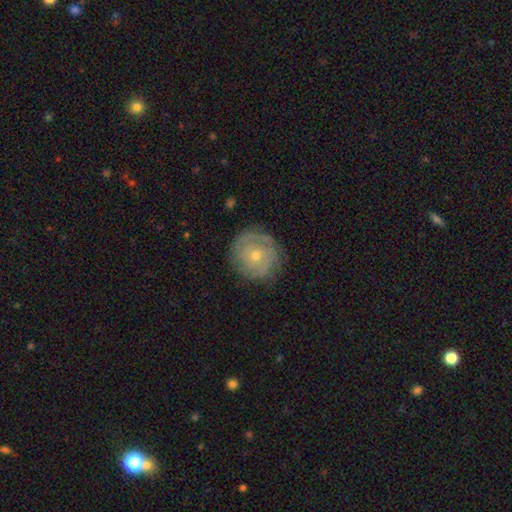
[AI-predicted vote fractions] Overall: featured or disk (62%; smooth 30%). Edge-on disk: no (97%). Bar: no (83%). Spiral arms: yes (75%). Bulge size: small (61%; moderate 36%). Merging: none (79%).